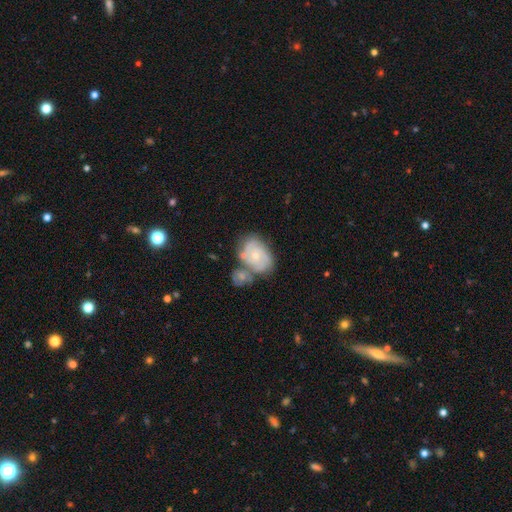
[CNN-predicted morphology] smooth-or-featured: featured or disk: 66% | smooth: 27% | star or artifact: 6%
  disk-edge-on: no: 97% | yes: 3%
    bar: no: 78% | weak: 19% | strong: 3%
    has-spiral-arms: yes: 85% | no: 15%
      spiral-winding: tight: 56% | medium: 34% | loose: 10%
      spiral-arm-count: can't tell: 33% | 2: 31% | 3: 22% | 4: 6% | 1: 4% | more than 4: 3%
    bulge-size: small: 59% | moderate: 37% | none: 2% | large: 2% | dominant: 1%
  merging: none: 38% (tied) | merger: 38% (tied) | minor disturbance: 17% | major disturbance: 7%